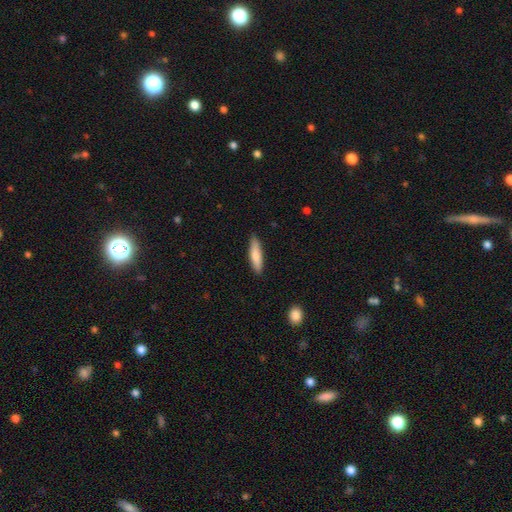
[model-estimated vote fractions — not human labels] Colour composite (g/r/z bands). It shows a smooth galaxy with no disk features (80%) that is cigar-shaped (75%). Merging: none (88%).